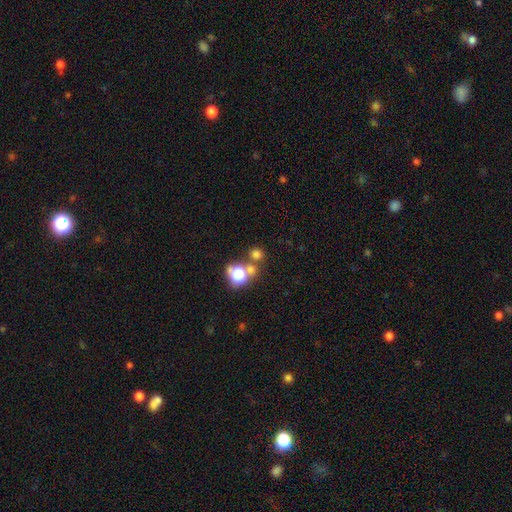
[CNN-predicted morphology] A smooth galaxy with no disk features (50%) that is round (82%). Merging: none (60%).